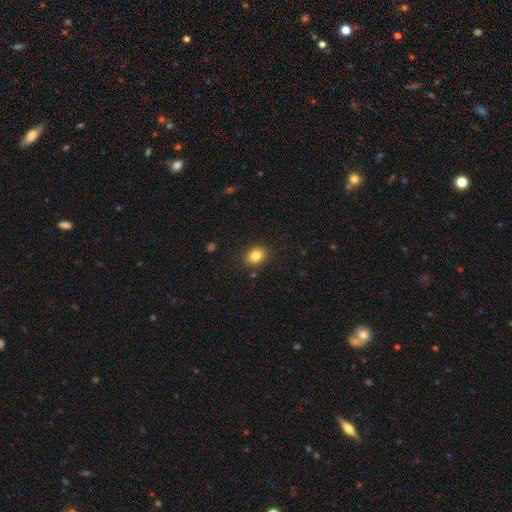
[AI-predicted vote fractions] This is clearly a smooth galaxy (83%). How rounded: possibly in between (50%). Merging: clearly none (87%).